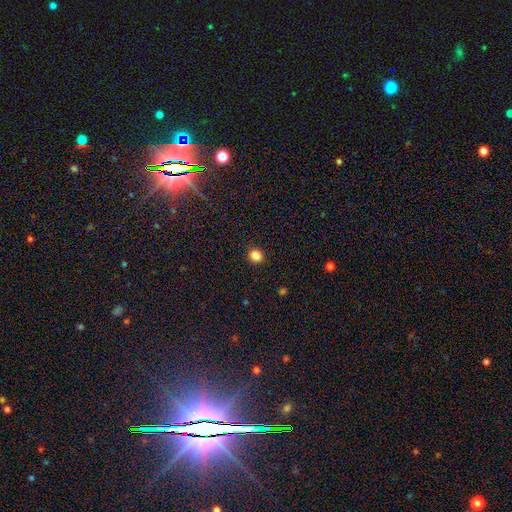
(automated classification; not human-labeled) Smooth or featured: smooth — 86% (star or artifact — 11%)
How rounded: round — 85% (in between — 14%)
Merging: none — 92% (minor disturbance — 5%)